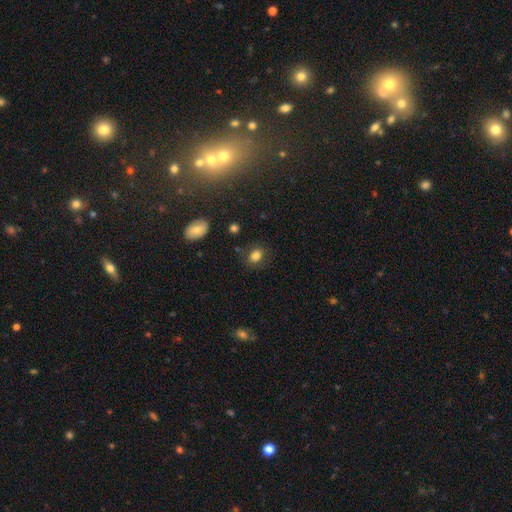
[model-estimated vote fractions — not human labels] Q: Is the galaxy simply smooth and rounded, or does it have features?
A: smooth — 81%.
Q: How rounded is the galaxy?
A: in between — 66%.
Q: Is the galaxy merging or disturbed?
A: none — 78%.